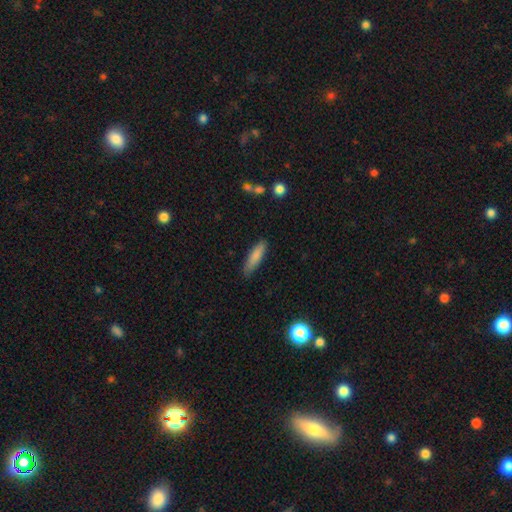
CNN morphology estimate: smooth 83%, featured or disk 11%, star or artifact 6%. Down the decision tree: how rounded — cigar-shaped (71%); merging — none (80%).